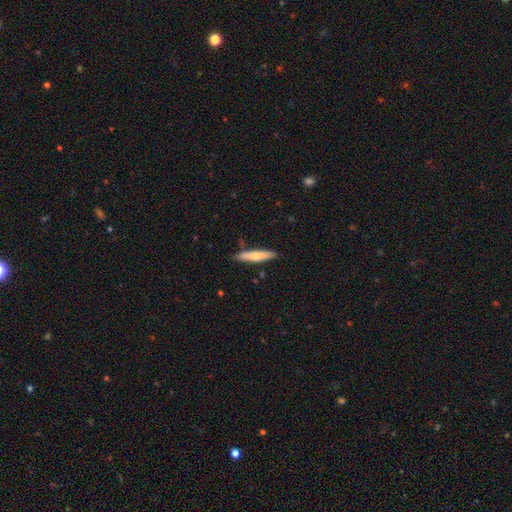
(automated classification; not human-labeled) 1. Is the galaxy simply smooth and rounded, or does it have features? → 64% smooth, 30% featured or disk, 6% star or artifact.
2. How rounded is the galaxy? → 88% cigar-shaped, 11% in between, 1% round.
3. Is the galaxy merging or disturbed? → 84% none, 11% minor disturbance, 3% merger, 2% major disturbance.